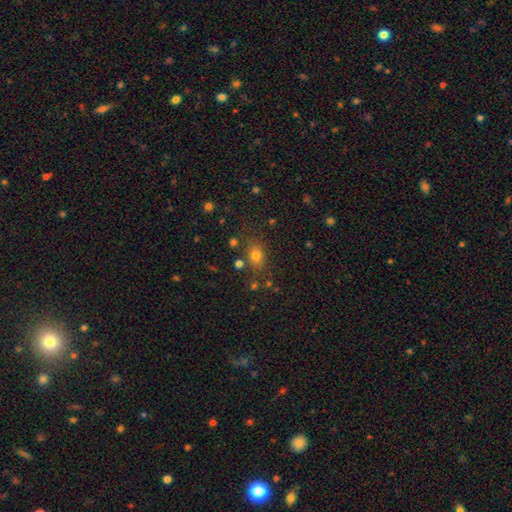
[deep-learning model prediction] smooth 75%, star or artifact 16%, featured or disk 9%. Down the decision tree: how rounded — in between (62%); merging — none (74%).